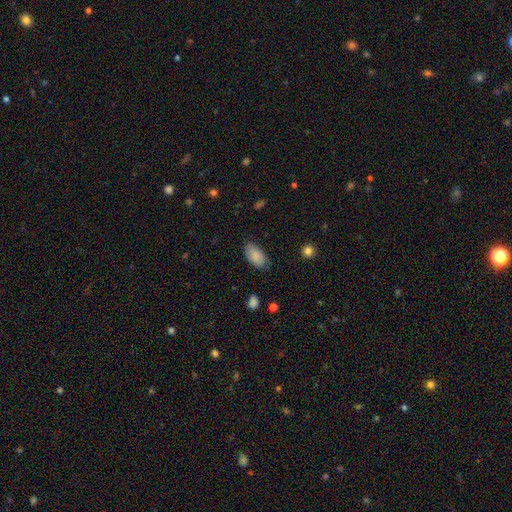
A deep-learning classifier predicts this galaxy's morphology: Smooth or featured? Predicted: smooth (p=0.87). How rounded? Predicted: in between (p=0.94). Merging? Predicted: none (p=0.79).